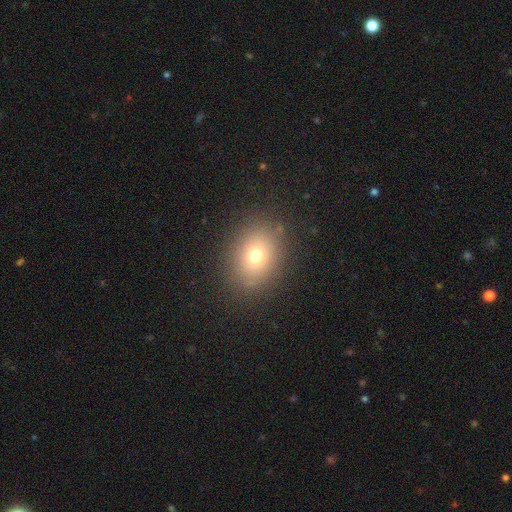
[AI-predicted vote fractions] Overall: smooth (71%). How rounded: in between (55%; round 43%). Merging: none (84%).